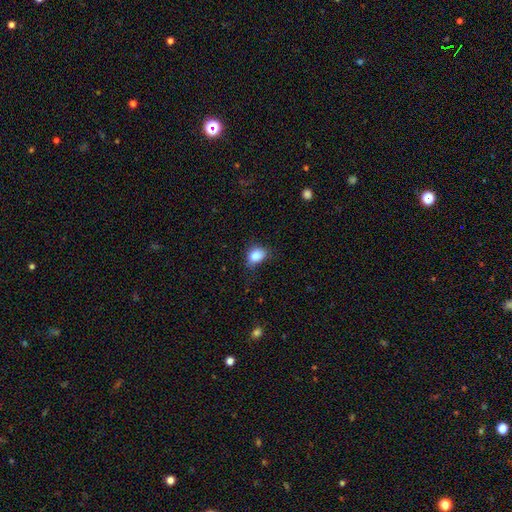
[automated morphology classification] Q: Smooth or featured?
A: smooth (85%); runner-up: star or artifact (9%)
Q: How rounded?
A: in between (65%); runner-up: round (33%)
Q: Merging?
A: none (63%); runner-up: minor disturbance (28%)